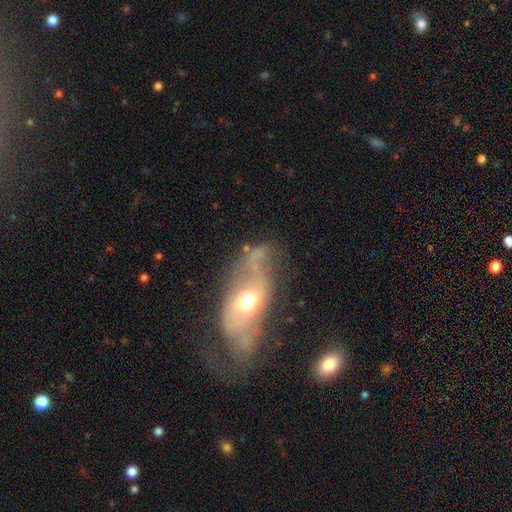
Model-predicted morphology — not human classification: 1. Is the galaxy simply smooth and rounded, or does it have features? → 56% featured or disk, 33% smooth, 11% star or artifact.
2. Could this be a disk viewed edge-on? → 90% no, 10% yes.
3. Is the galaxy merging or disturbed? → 35% major disturbance, 30% none, 18% merger, 17% minor disturbance.